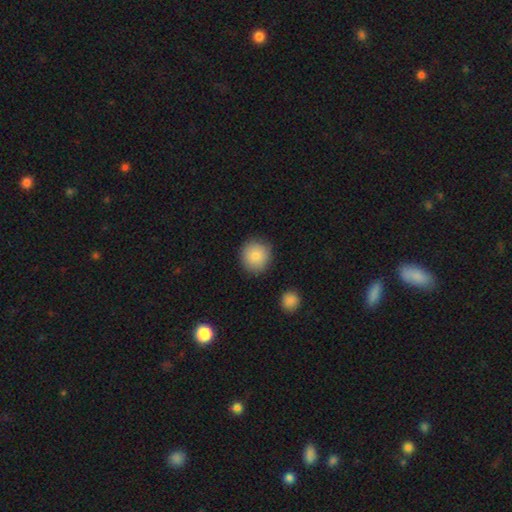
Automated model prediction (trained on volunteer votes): A smooth galaxy with no disk features (85%) that is round (90%). Merging: none (87%).